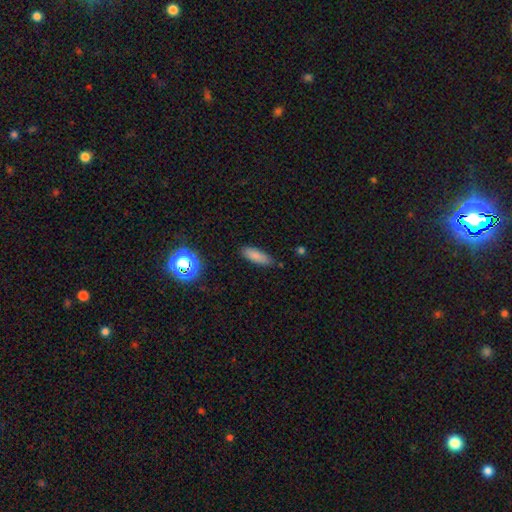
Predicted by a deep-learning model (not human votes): Smooth or featured?
  - smooth: 83% *
  - star or artifact: 10%
  - featured or disk: 8%
How rounded?
  - in between: 63% *
  - cigar-shaped: 35%
  - round: 2%
Merging?
  - none: 82% *
  - minor disturbance: 14%
  - major disturbance: 3%
  - merger: 2%